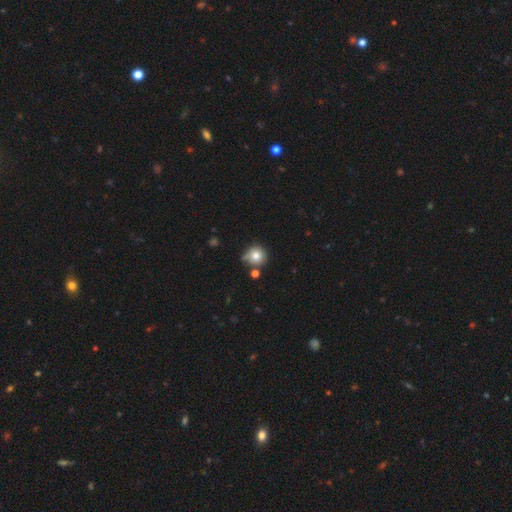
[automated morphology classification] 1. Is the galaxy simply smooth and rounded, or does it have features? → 79% smooth, 11% star or artifact, 10% featured or disk.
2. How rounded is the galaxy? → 92% round, 7% in between, 1% cigar-shaped.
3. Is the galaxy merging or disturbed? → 64% none, 21% minor disturbance, 10% merger, 5% major disturbance.